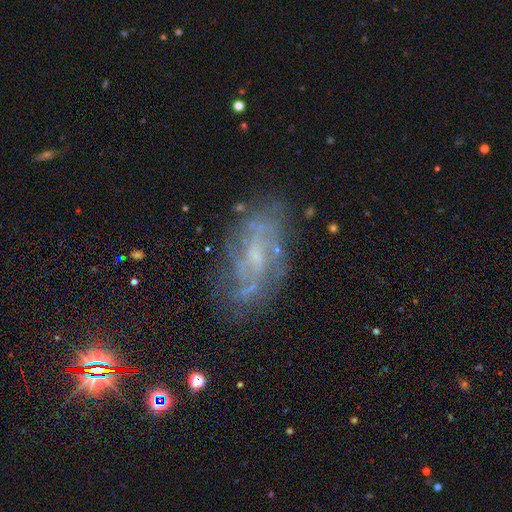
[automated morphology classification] featured or disk 75%, smooth 14%, star or artifact 12%. Down the decision tree: edge-on disk — no (94%); bar — no (49%); spiral arms — yes (81%); spiral arm count — can't tell (47%); spiral winding — medium (40%); bulge size — small (53%); merging — none (71%).